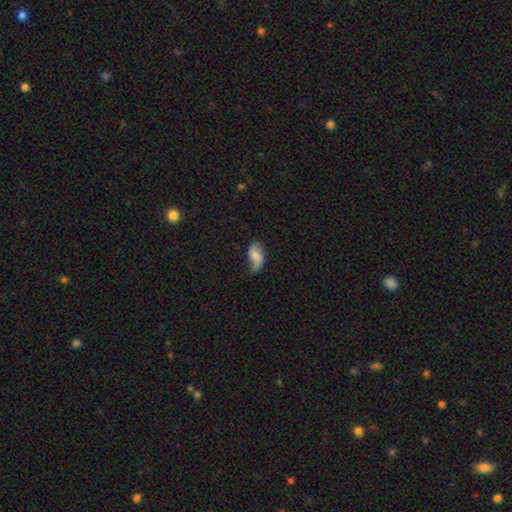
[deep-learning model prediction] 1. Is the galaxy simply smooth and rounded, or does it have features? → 56% smooth, 37% featured or disk, 7% star or artifact.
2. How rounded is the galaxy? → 92% in between, 4% round, 4% cigar-shaped.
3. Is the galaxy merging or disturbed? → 48% none, 37% minor disturbance, 13% major disturbance, 2% merger.